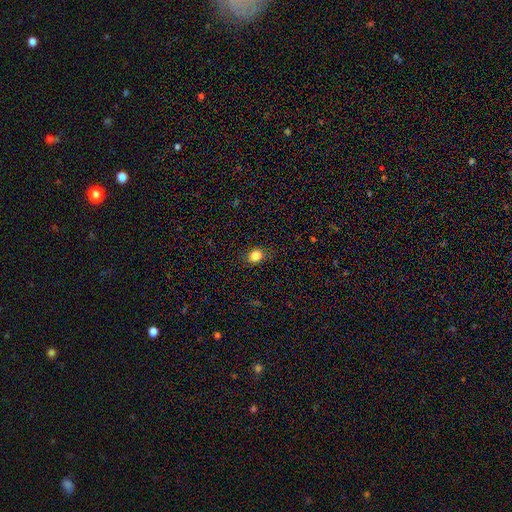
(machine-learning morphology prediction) Smooth or featured? smooth (83%)
How rounded? round (55%)
Merging? none (86%)